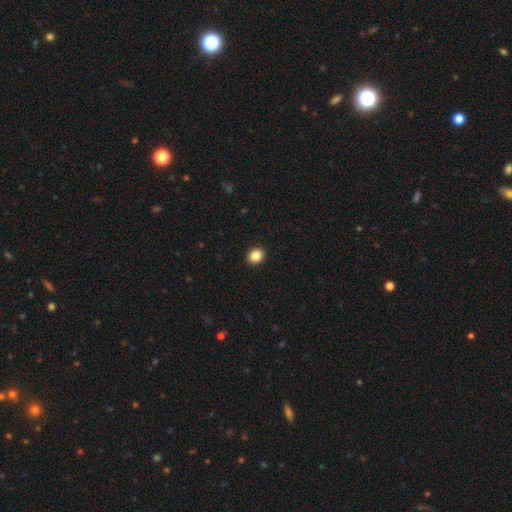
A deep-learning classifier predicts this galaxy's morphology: Smooth or featured?
  - smooth: 87% *
  - star or artifact: 9%
  - featured or disk: 4%
How rounded?
  - round: 65% *
  - in between: 34%
  - cigar-shaped: 1%
Merging?
  - none: 93% *
  - minor disturbance: 5%
  - major disturbance: 1%
  - merger: 1%